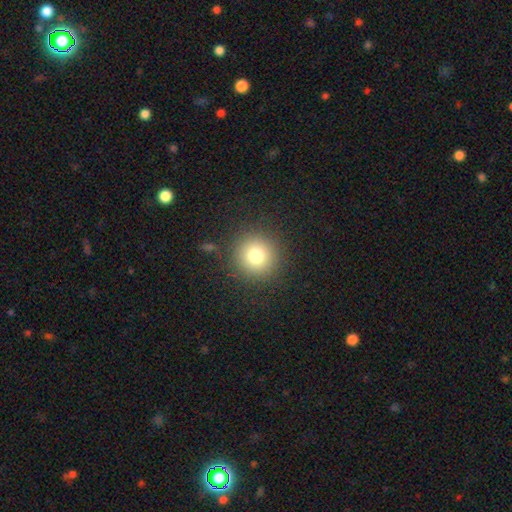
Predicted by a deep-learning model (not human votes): Smooth or featured?
  - smooth: 77% *
  - star or artifact: 14%
  - featured or disk: 9%
How rounded?
  - round: 94% *
  - in between: 5%
  - cigar-shaped: 1%
Merging?
  - none: 89% *
  - minor disturbance: 6%
  - major disturbance: 3%
  - merger: 1%